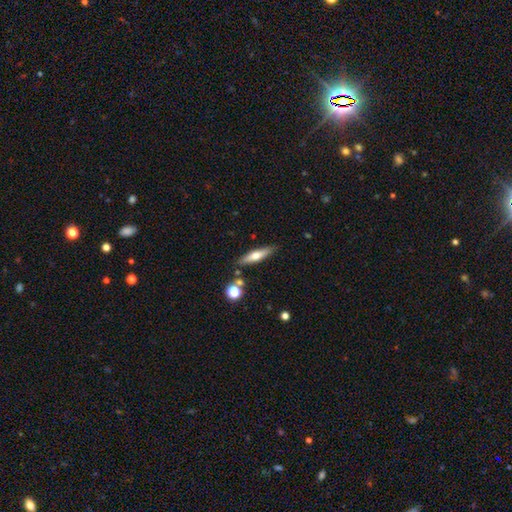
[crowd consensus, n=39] Morphology: type=featured or disk (51%); edge-on=yes (90%); edge-on bulge=rounded (100%); merging=none (83%).